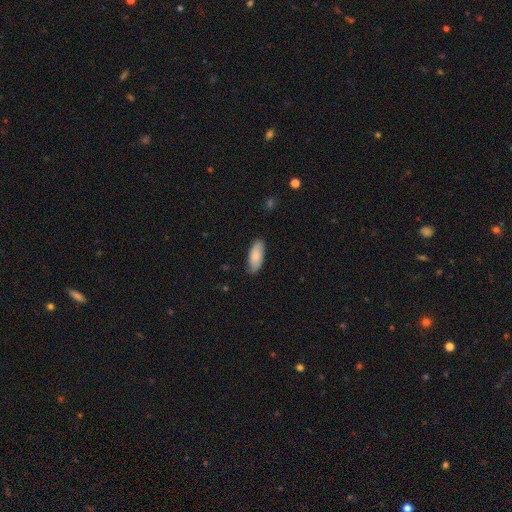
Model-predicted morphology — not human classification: smooth_or_featured: smooth (p=0.83) [alt: featured or disk p=0.11]
how_rounded: in between (p=0.82) [alt: cigar-shaped p=0.16]
merging: none (p=0.85) [alt: minor disturbance p=0.12]